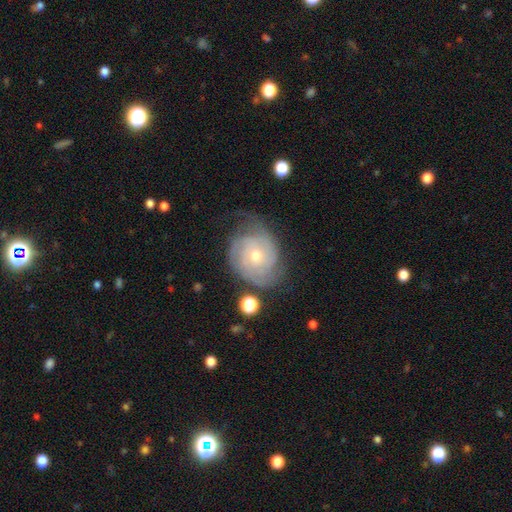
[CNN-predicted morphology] Smooth or featured?
  - featured or disk: 81% *
  - smooth: 12%
  - star or artifact: 6%
Edge-on disk?
  - no: 97% *
  - yes: 3%
Bar?
  - no: 78% *
  - weak: 19%
  - strong: 3%
Spiral arms?
  - yes: 94% *
  - no: 6%
Spiral winding?
  - tight: 69% *
  - medium: 25%
  - loose: 7%
Spiral arm count?
  - can't tell: 31% *
  - 3: 25%
  - 2: 23%
  - 4: 10%
  - 1: 5%
  - more than 4: 5%
Bulge size?
  - small: 52% *
  - moderate: 45%
  - large: 1%
  - none: 1%
  - dominant: 1%
Merging?
  - none: 63% *
  - minor disturbance: 23%
  - major disturbance: 11%
  - merger: 3%